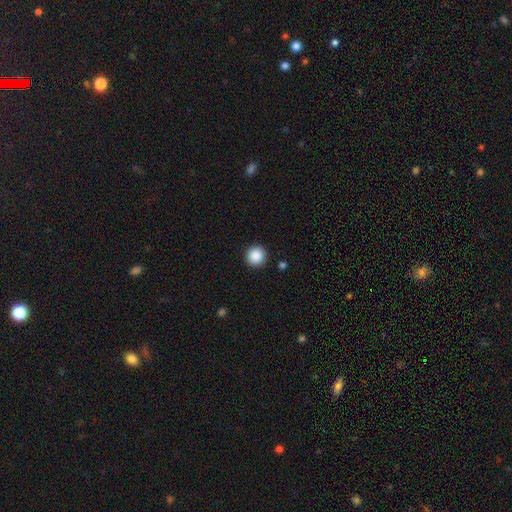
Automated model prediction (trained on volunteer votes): Q: Smooth or featured?
A: smooth (88%); runner-up: star or artifact (9%)
Q: How rounded?
A: round (96%); runner-up: in between (3%)
Q: Merging?
A: none (92%); runner-up: minor disturbance (5%)